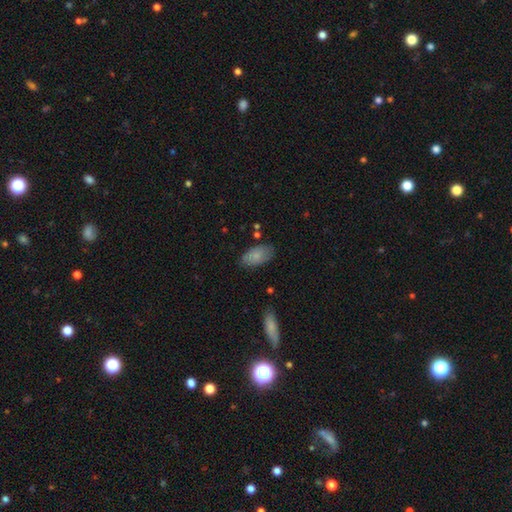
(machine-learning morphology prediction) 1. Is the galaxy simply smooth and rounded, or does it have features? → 79% smooth, 14% featured or disk, 7% star or artifact.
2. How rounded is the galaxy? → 94% in between, 4% round, 2% cigar-shaped.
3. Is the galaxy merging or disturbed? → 75% none, 19% minor disturbance, 4% major disturbance, 2% merger.